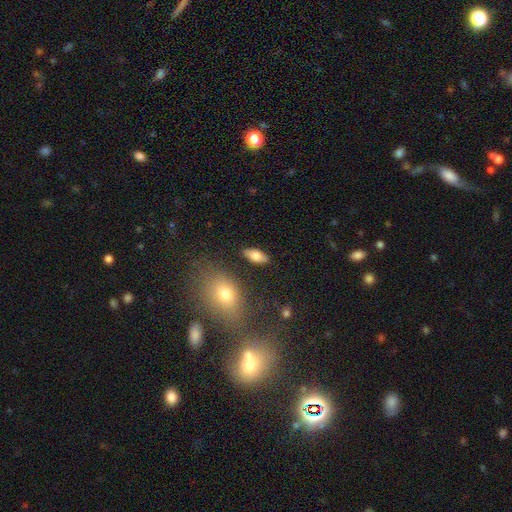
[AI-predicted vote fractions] A smooth galaxy with no disk features (76%) that is in between round and cigar-shaped (82%).

Vote fractions:
- Smooth or featured? smooth: 76% / featured or disk: 17% / star or artifact: 7%
- How rounded? in between: 82% / cigar-shaped: 15% / round: 3%
- Merging? none: 86% / minor disturbance: 9% / major disturbance: 2% / merger: 2%